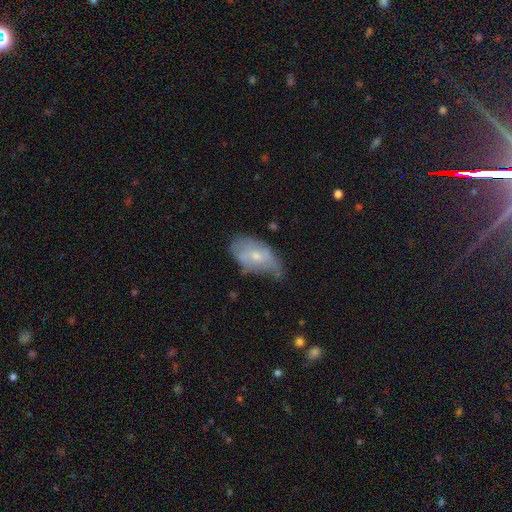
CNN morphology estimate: The model was most divided on "smooth or featured": smooth: 48%, featured or disk: 43%, star or artifact: 9%. Remaining: merging — minor disturbance (44%).